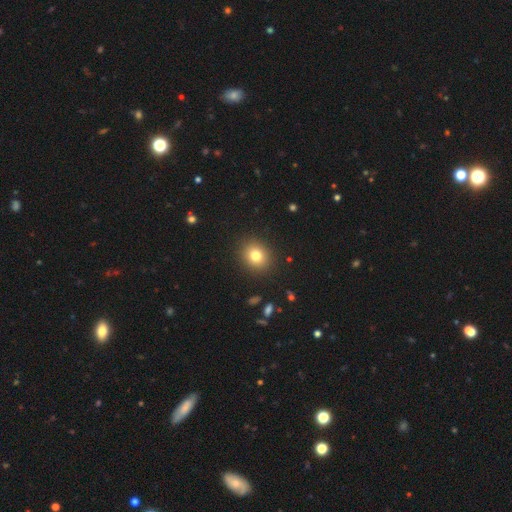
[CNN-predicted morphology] Smooth or featured: smooth — 79% (star or artifact — 12%)
How rounded: round — 73% (in between — 26%)
Merging: none — 90% (minor disturbance — 6%)